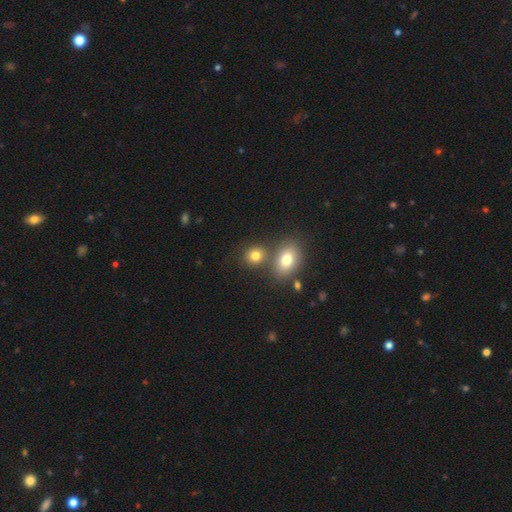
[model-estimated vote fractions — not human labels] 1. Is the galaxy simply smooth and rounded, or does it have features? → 78% smooth, 12% star or artifact, 9% featured or disk.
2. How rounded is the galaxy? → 65% round, 33% in between, 1% cigar-shaped.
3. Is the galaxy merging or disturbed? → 62% none, 25% merger, 9% minor disturbance, 4% major disturbance.